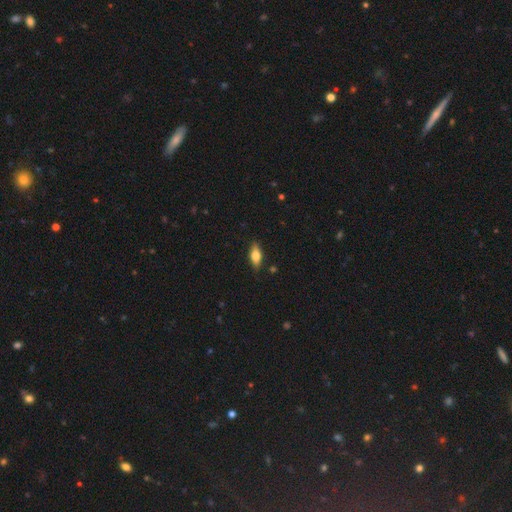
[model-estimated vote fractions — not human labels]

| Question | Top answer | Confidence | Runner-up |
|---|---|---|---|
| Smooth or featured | smooth | 70% | featured or disk (24%) |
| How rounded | in between | 77% | cigar-shaped (19%) |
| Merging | none | 85% | minor disturbance (11%) |